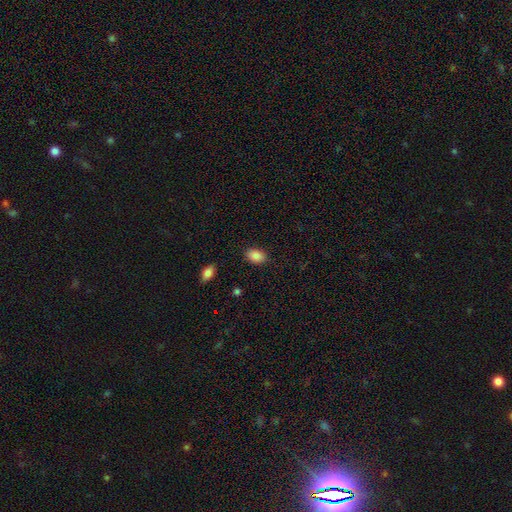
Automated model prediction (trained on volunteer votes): Smooth or featured: smooth — 87% (star or artifact — 8%)
How rounded: in between — 86% (round — 13%)
Merging: none — 87% (minor disturbance — 9%)